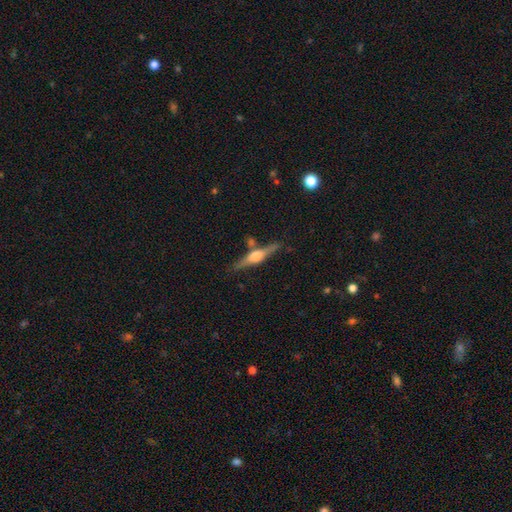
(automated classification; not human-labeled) Overall: featured or disk (75%). Edge-on disk: yes (97%). Edge-on bulge: rounded (90%). Merging: none (80%).